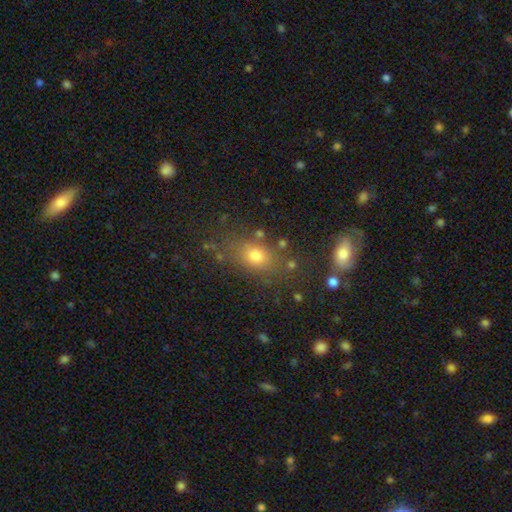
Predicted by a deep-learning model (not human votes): Smooth or featured: smooth — 73% (star or artifact — 15%)
How rounded: in between — 67% (round — 29%)
Merging: none — 73% (minor disturbance — 14%)